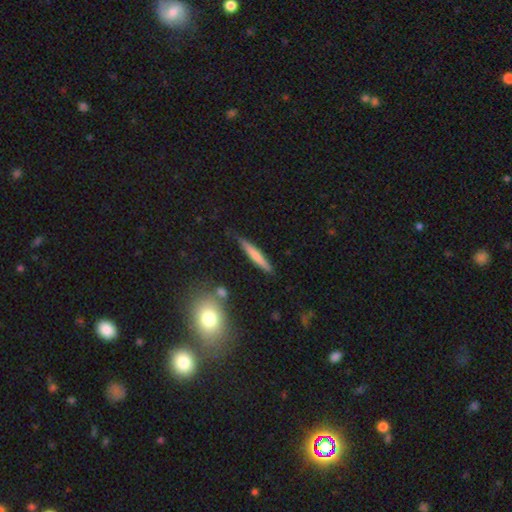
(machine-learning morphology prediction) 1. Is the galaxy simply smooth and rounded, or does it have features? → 62% smooth, 32% featured or disk, 6% star or artifact.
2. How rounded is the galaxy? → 94% cigar-shaped, 5% in between, 2% round.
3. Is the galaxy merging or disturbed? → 80% none, 14% minor disturbance, 3% merger, 3% major disturbance.